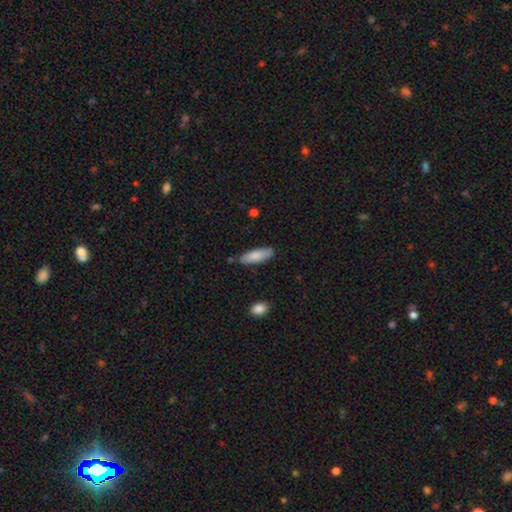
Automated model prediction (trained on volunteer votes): smooth-or-featured: smooth: 81% | featured or disk: 14% | star or artifact: 6%
  how-rounded: in between: 55% | cigar-shaped: 44% | round: 2%
  merging: none: 83% | minor disturbance: 12% | merger: 3% | major disturbance: 2%